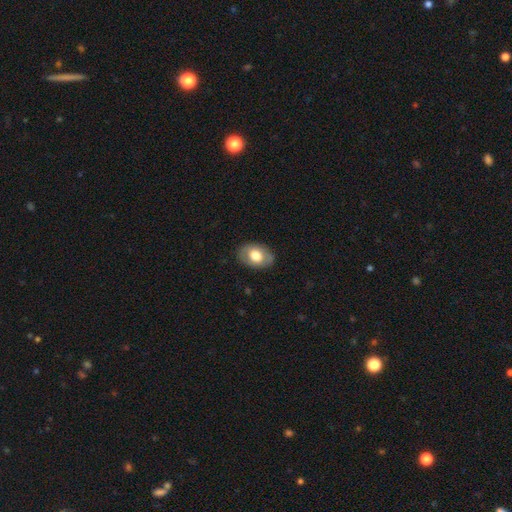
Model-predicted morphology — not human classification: Smooth or featured?
  - smooth: 63% *
  - featured or disk: 30%
  - star or artifact: 6%
How rounded?
  - in between: 80% *
  - round: 19%
  - cigar-shaped: 1%
Merging?
  - none: 83% *
  - minor disturbance: 13%
  - major disturbance: 3%
  - merger: 1%